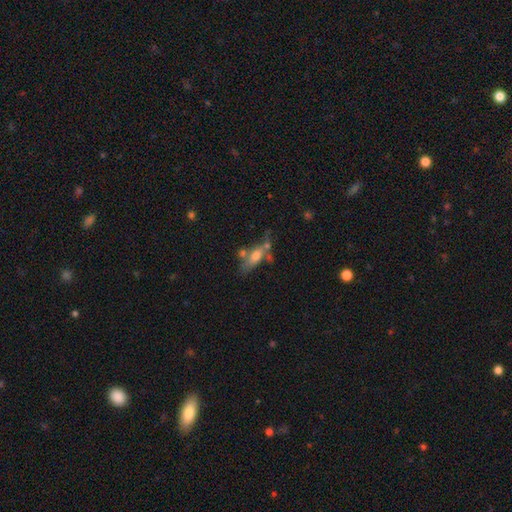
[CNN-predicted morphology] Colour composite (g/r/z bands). It shows a smooth galaxy with no disk features (50%) that is in between round and cigar-shaped (62%). Merging: none (40%).